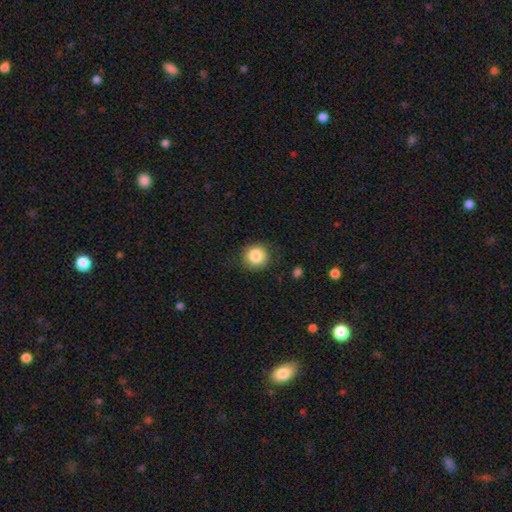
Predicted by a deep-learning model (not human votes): Smooth or featured? Predicted: smooth (p=0.86). How rounded? Predicted: round (p=0.92). Merging? Predicted: none (p=0.86).